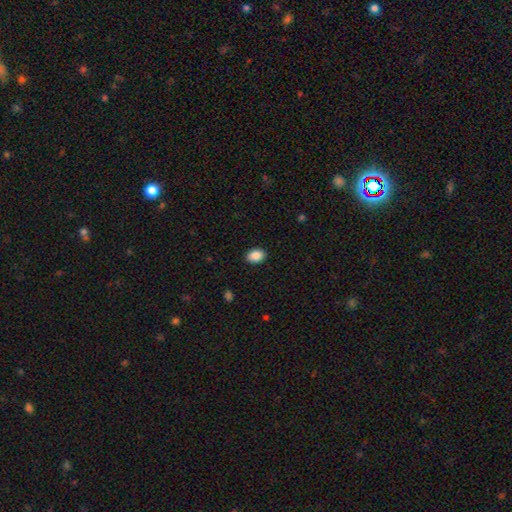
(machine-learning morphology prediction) Smooth or featured?
  - smooth: 89% *
  - star or artifact: 8%
  - featured or disk: 3%
How rounded?
  - in between: 75% *
  - round: 24%
  - cigar-shaped: 1%
Merging?
  - none: 90% *
  - minor disturbance: 7%
  - major disturbance: 2%
  - merger: 1%